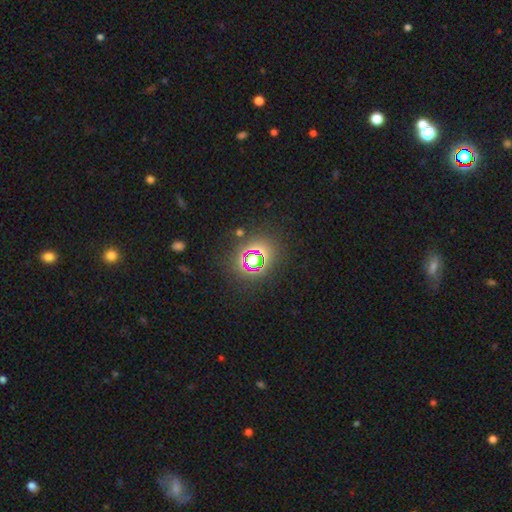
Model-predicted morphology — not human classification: A star or artifact, not a galaxy (67%).